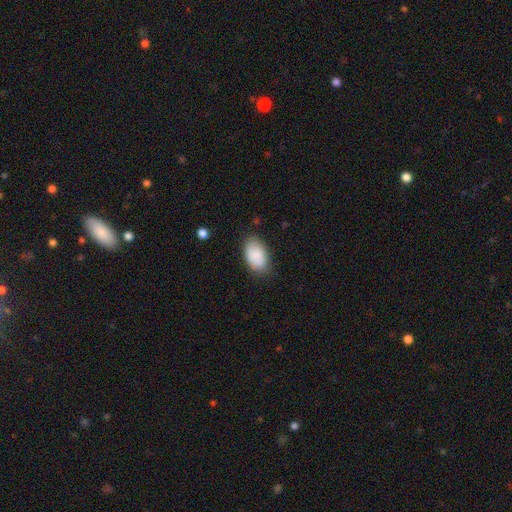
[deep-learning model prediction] Smooth or featured? Predicted: smooth (p=0.88). How rounded? Predicted: in between (p=0.93). Merging? Predicted: none (p=0.76).